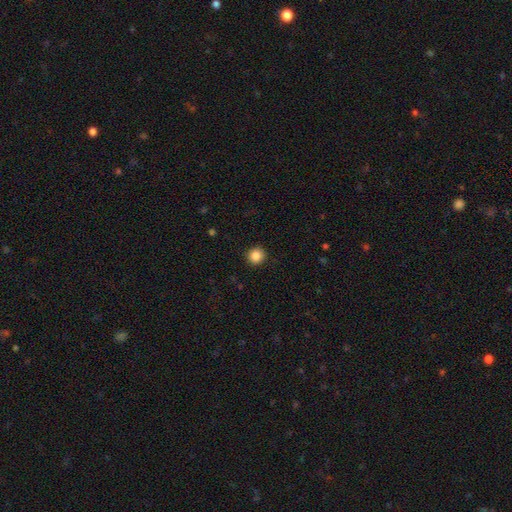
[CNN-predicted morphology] Q: Smooth or featured?
A: smooth (87%); runner-up: star or artifact (10%)
Q: How rounded?
A: round (92%); runner-up: in between (7%)
Q: Merging?
A: none (92%); runner-up: minor disturbance (5%)